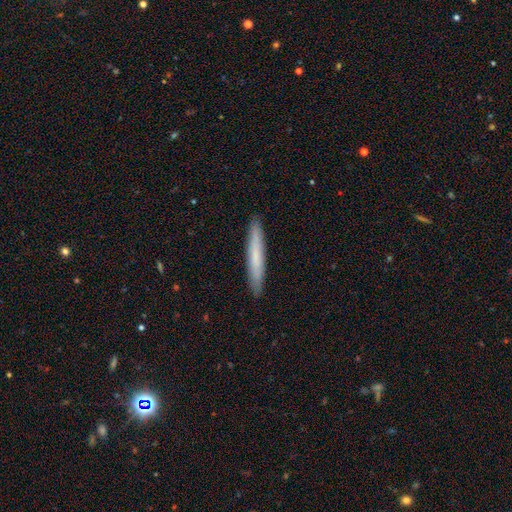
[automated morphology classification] Q: Smooth or featured?
A: smooth (67%); runner-up: featured or disk (27%)
Q: How rounded?
A: cigar-shaped (96%); runner-up: in between (3%)
Q: Merging?
A: none (92%); runner-up: minor disturbance (6%)